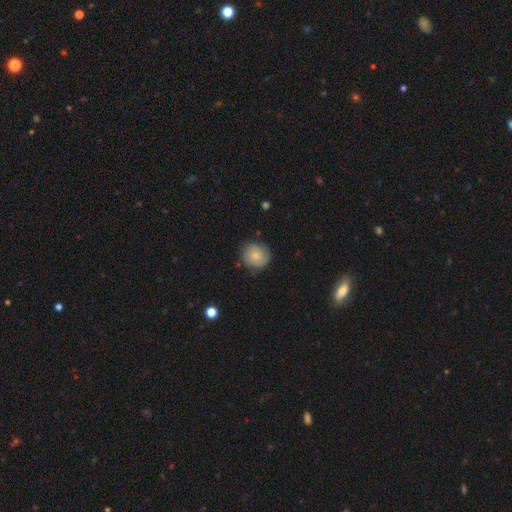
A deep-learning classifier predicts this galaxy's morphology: smooth_or_featured: smooth (p=0.56) [alt: featured or disk p=0.37]
how_rounded: round (p=0.87) [alt: in between p=0.12]
merging: none (p=0.79) [alt: minor disturbance p=0.16]